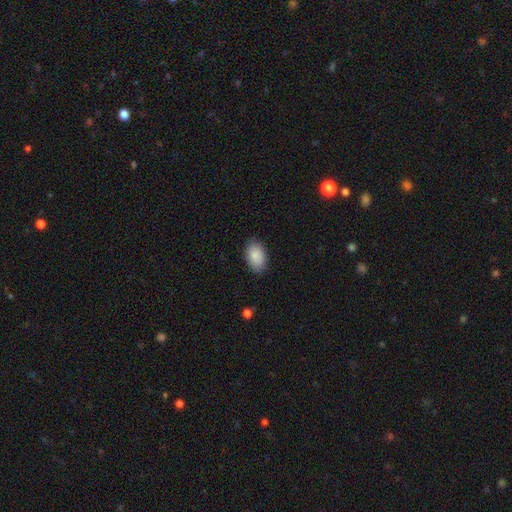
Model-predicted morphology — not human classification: Smooth or featured? Predicted: smooth (p=0.88). How rounded? Predicted: in between (p=0.91). Merging? Predicted: none (p=0.87).